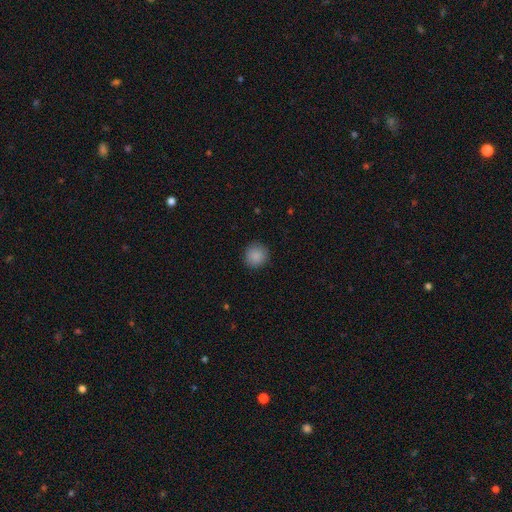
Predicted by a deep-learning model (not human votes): smooth-or-featured: smooth: 88% | star or artifact: 9% | featured or disk: 3%
  how-rounded: round: 92% | in between: 7% | cigar-shaped: 1%
  merging: none: 90% | minor disturbance: 7% | major disturbance: 2% | merger: 1%